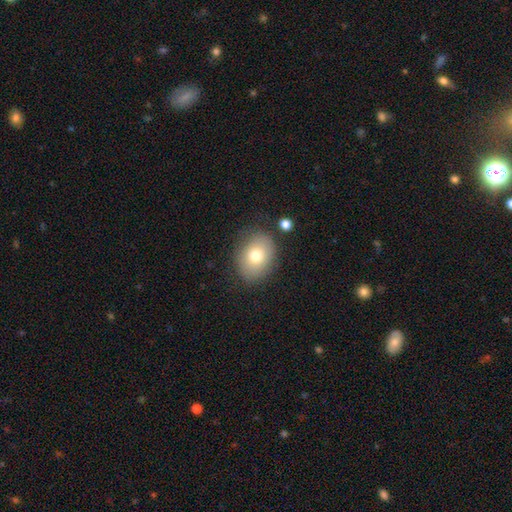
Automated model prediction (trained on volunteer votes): A smooth galaxy with no disk features (75%) that is in between round and cigar-shaped (64%). Merging: none (79%).